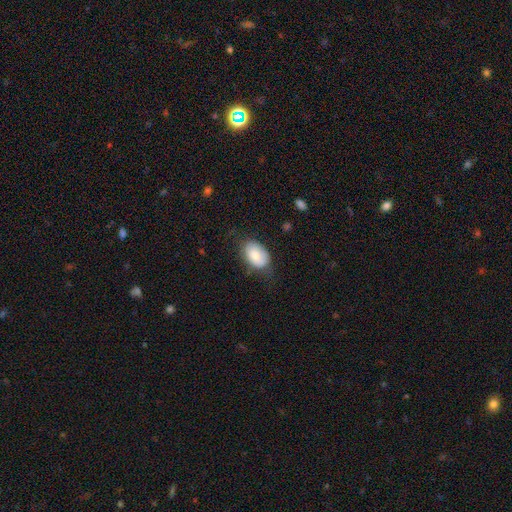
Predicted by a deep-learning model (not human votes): smooth_or_featured: smooth (p=0.77) [alt: featured or disk p=0.16]
how_rounded: in between (p=0.89) [alt: round p=0.10]
merging: none (p=0.62) [alt: minor disturbance p=0.28]